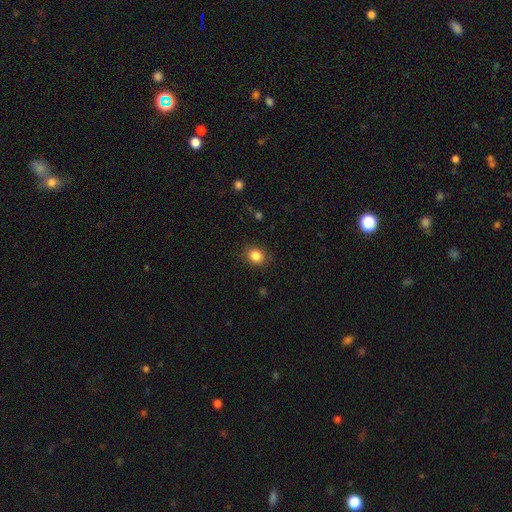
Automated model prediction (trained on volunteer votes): Smooth or featured?
  - smooth: 85% *
  - star or artifact: 10%
  - featured or disk: 5%
How rounded?
  - round: 60% *
  - in between: 39%
  - cigar-shaped: 1%
Merging?
  - none: 87% *
  - minor disturbance: 9%
  - major disturbance: 3%
  - merger: 1%